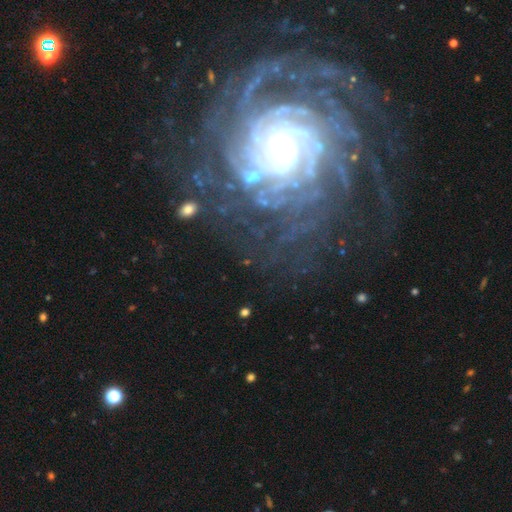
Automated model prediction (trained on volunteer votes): Overall: featured or disk (88%). Edge-on disk: no (97%). Bar: no (61%; weak 25%). Spiral arms: yes (98%). Spiral arm count: more than 4 (32%; can't tell 21%). Spiral winding: tight (82%). Bulge size: small (66%). Merging: none (76%).